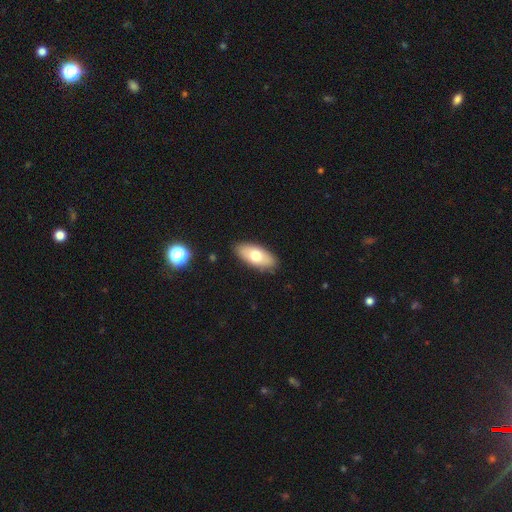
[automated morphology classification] smooth_or_featured: smooth (p=0.69) [alt: featured or disk p=0.24]
how_rounded: in between (p=0.88) [alt: cigar-shaped p=0.09]
merging: none (p=0.87) [alt: minor disturbance p=0.09]